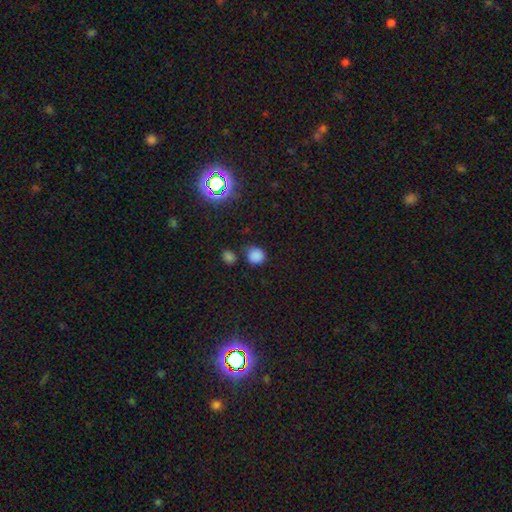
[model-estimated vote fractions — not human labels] smooth_or_featured: smooth (p=0.80) [alt: star or artifact p=0.16]
how_rounded: round (p=0.85) [alt: in between p=0.14]
merging: none (p=0.72) [alt: minor disturbance p=0.14]